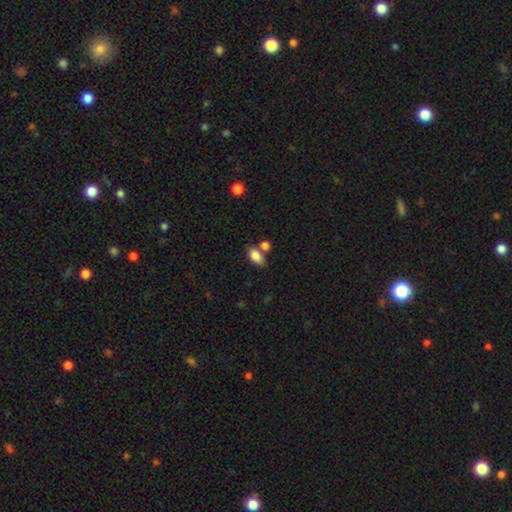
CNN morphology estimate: The model was most divided on "merging": none: 50%, merger: 28%, minor disturbance: 16%, major disturbance: 5%. More confident: how rounded — in between (88%); smooth or featured — smooth (85%).